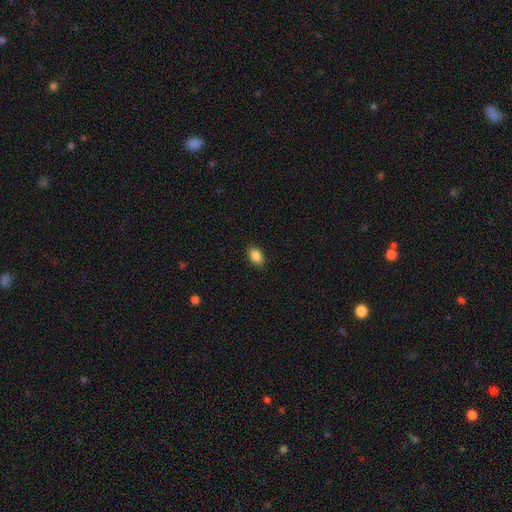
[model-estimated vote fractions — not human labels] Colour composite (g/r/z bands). It shows a smooth galaxy with no disk features (88%) that is in between round and cigar-shaped (87%). Merging: none (89%).